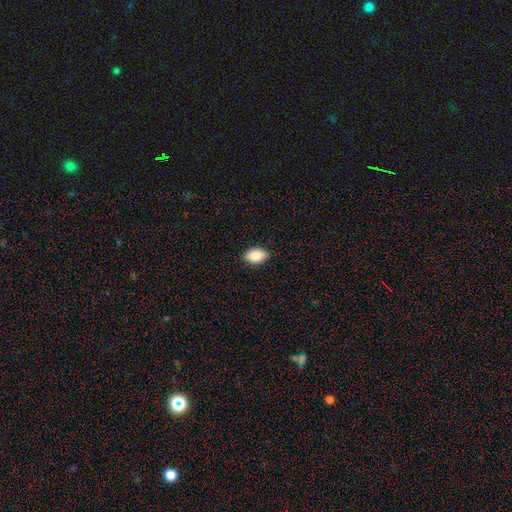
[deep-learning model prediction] Smooth or featured? Predicted: smooth (p=0.87). How rounded? Predicted: in between (p=0.89). Merging? Predicted: none (p=0.89).